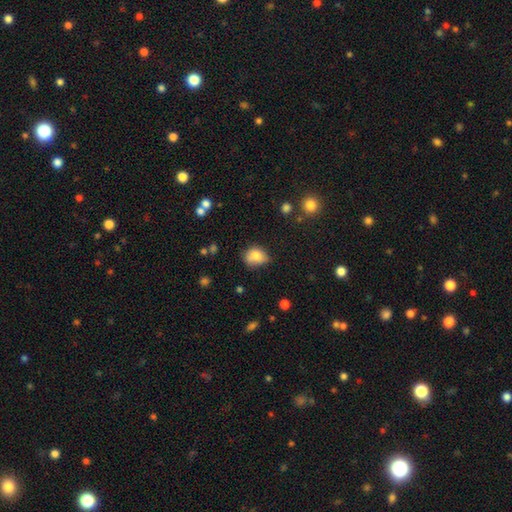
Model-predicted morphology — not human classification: Q: Smooth or featured?
A: smooth (78%); runner-up: featured or disk (12%)
Q: How rounded?
A: in between (54%); runner-up: round (45%)
Q: Merging?
A: none (53%); runner-up: minor disturbance (33%)